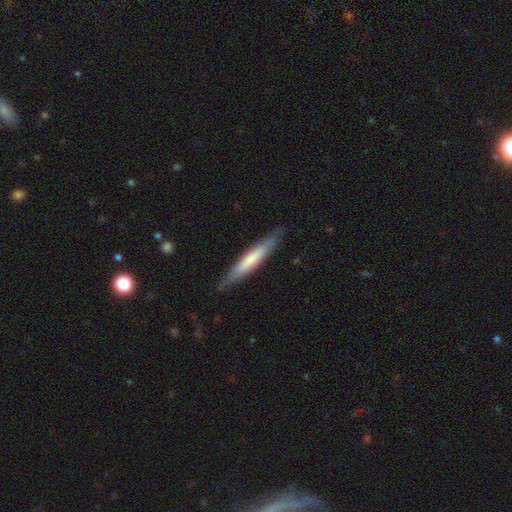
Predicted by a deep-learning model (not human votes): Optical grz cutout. It shows a smooth galaxy with no disk features (55%) that is cigar-shaped (92%). Merging: none (84%).